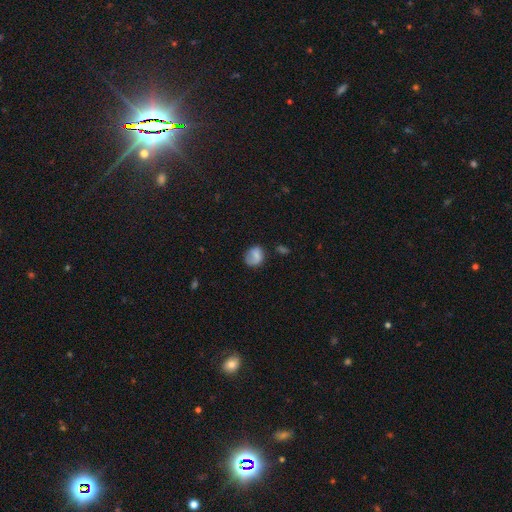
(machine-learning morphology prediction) A smooth galaxy with no disk features (65%) that is round (61%). Merging: none (58%).